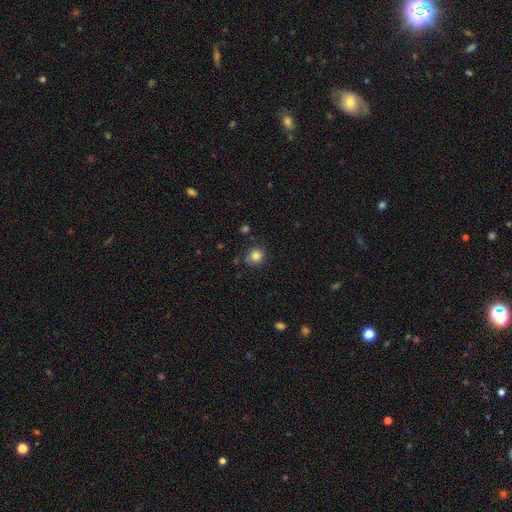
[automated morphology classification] The model was most divided on "merging": none: 76%, minor disturbance: 17%, major disturbance: 4%, merger: 3%. More confident: how rounded — round (84%); smooth or featured — smooth (83%).